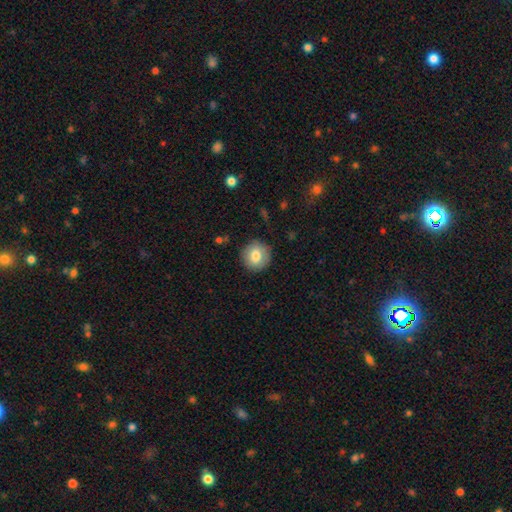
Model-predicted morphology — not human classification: smooth-or-featured: smooth: 80% | featured or disk: 12% | star or artifact: 8%
  how-rounded: round: 93% | in between: 6% | cigar-shaped: 1%
  merging: none: 89% | minor disturbance: 8% | major disturbance: 2% | merger: 1%